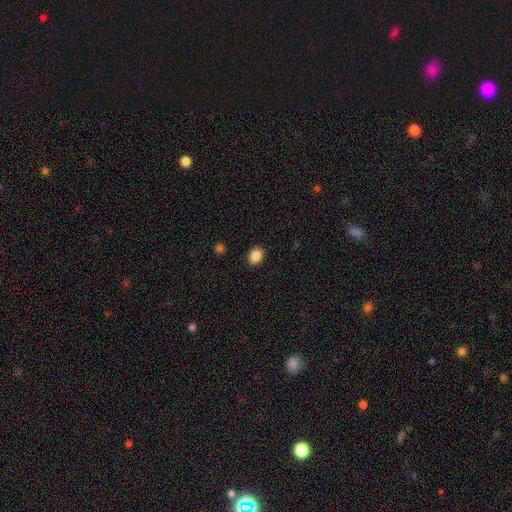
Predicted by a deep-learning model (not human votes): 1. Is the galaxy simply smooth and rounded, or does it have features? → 88% smooth, 9% star or artifact, 3% featured or disk.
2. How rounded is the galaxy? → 58% in between, 41% round, 1% cigar-shaped.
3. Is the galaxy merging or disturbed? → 90% none, 7% minor disturbance, 2% major disturbance, 1% merger.